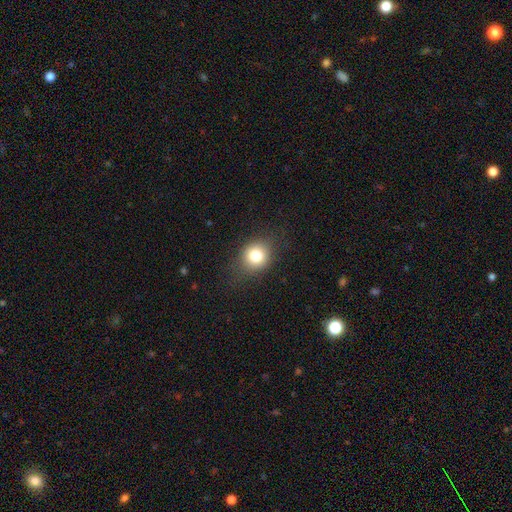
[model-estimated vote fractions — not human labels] This is likely a smooth galaxy (79%). How rounded: likely round (73%). Merging: clearly none (82%).